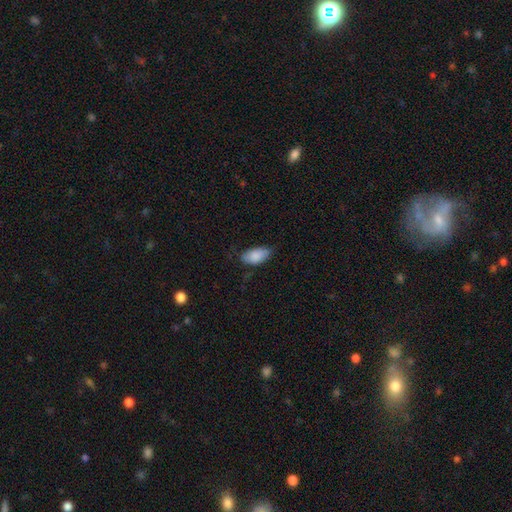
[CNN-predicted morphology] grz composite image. It shows a smooth galaxy with no disk features (86%) that is in between round and cigar-shaped (94%). Merging: none (64%).